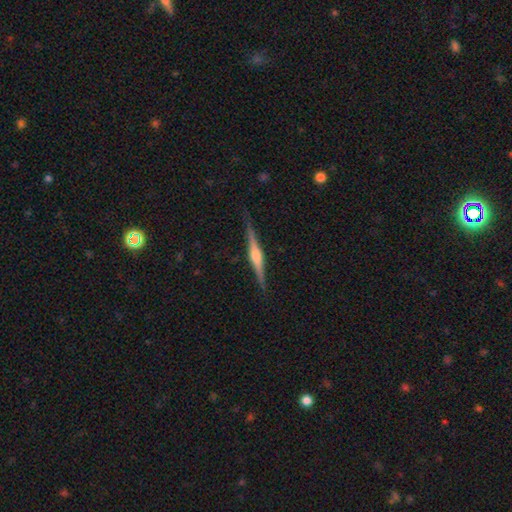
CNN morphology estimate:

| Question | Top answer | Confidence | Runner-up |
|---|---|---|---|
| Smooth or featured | featured or disk | 78% | smooth (16%) |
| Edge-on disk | yes | 98% | no (2%) |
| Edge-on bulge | rounded | 80% | boxy (13%) |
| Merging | none | 88% | minor disturbance (9%) |